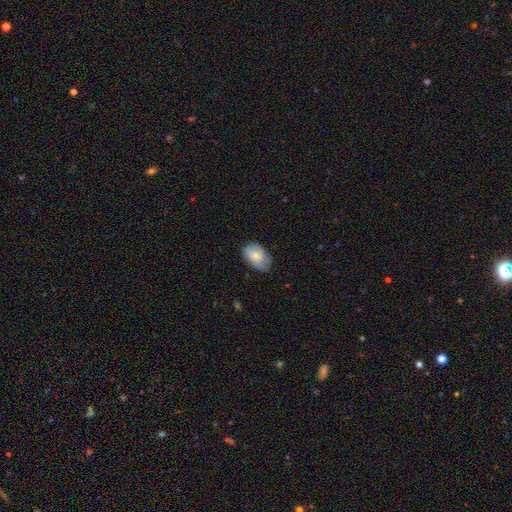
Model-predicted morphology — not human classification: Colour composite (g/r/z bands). It shows a smooth galaxy with no disk features (71%) that is in between round and cigar-shaped (89%). Merging: none (60%).